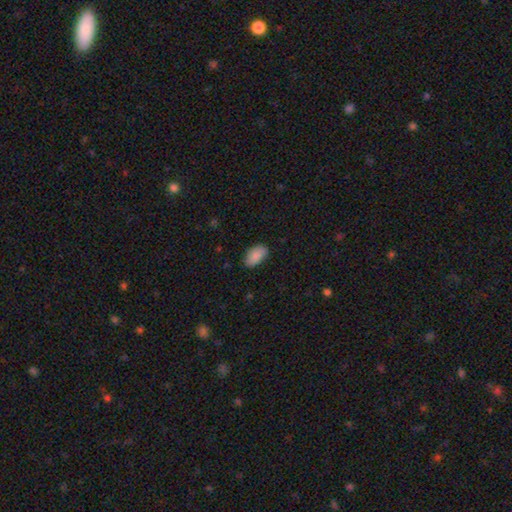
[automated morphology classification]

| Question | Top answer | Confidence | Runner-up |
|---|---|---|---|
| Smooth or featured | smooth | 89% | star or artifact (7%) |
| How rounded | in between | 94% | round (4%) |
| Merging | none | 83% | minor disturbance (13%) |